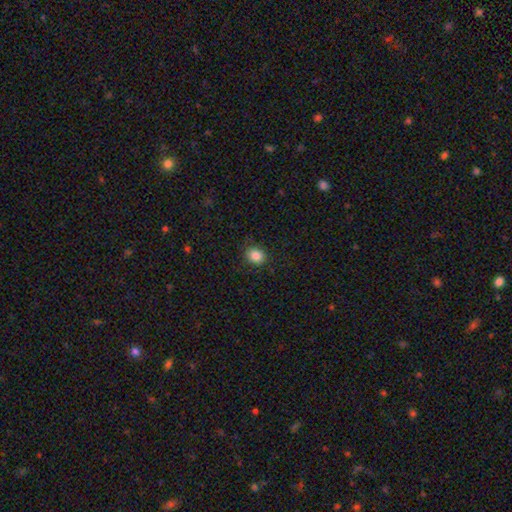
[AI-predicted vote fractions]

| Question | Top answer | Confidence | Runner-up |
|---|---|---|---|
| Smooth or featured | smooth | 85% | star or artifact (10%) |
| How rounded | round | 67% | in between (32%) |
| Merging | none | 85% | minor disturbance (11%) |